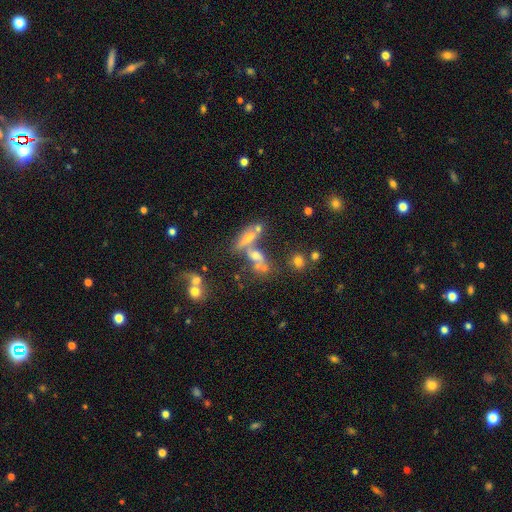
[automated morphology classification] smooth_or_featured: smooth (p=0.45) [alt: featured or disk p=0.37]
merging: merger (p=0.45) [alt: none p=0.32]